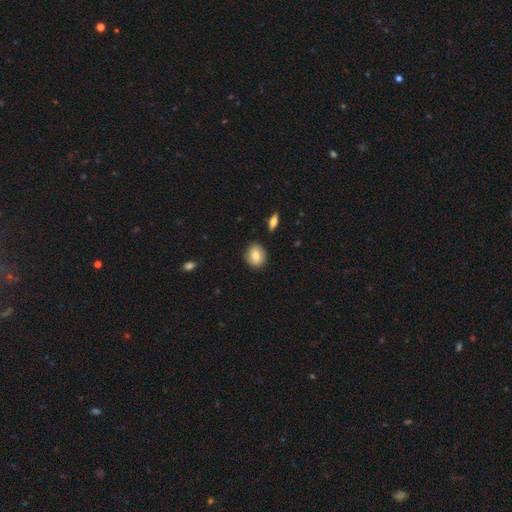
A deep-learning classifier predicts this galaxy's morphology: Smooth or featured? smooth (81%)
How rounded? round (68%)
Merging? none (88%)